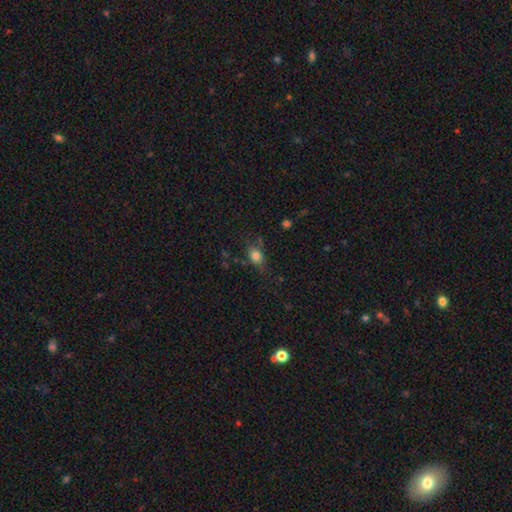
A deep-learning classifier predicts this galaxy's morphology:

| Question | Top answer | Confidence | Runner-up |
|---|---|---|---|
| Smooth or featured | smooth | 78% | star or artifact (11%) |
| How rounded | in between | 63% | round (33%) |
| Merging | none | 66% | minor disturbance (23%) |